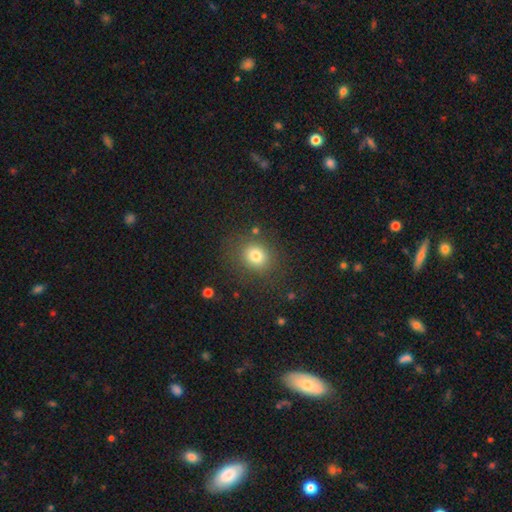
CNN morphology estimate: A smooth galaxy with no disk features (79%) that is round (73%). Merging: none (81%).